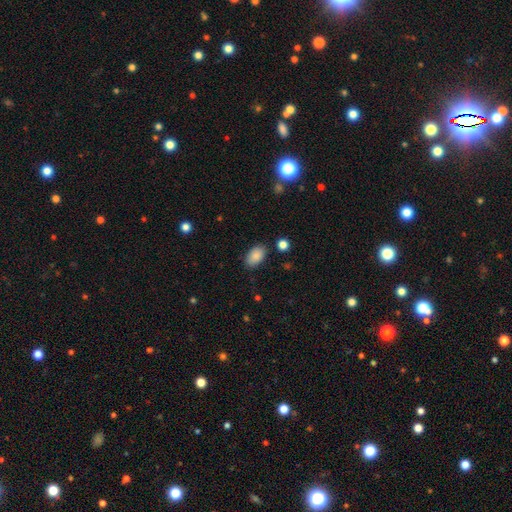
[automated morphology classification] Smooth or featured? smooth (87%)
How rounded? in between (92%)
Merging? none (85%)